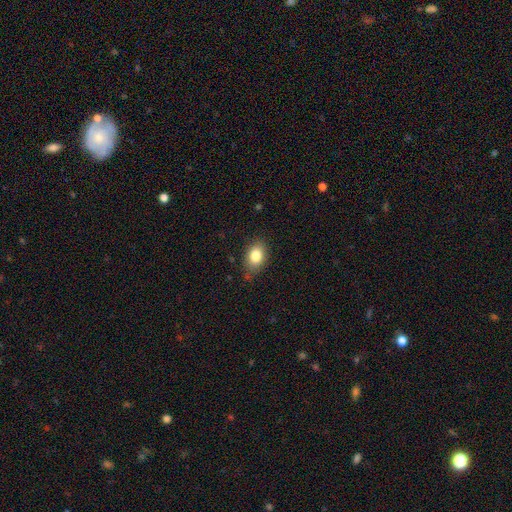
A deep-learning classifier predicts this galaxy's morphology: Smooth or featured? Predicted: smooth (p=0.83). How rounded? Predicted: in between (p=0.80). Merging? Predicted: none (p=0.79).